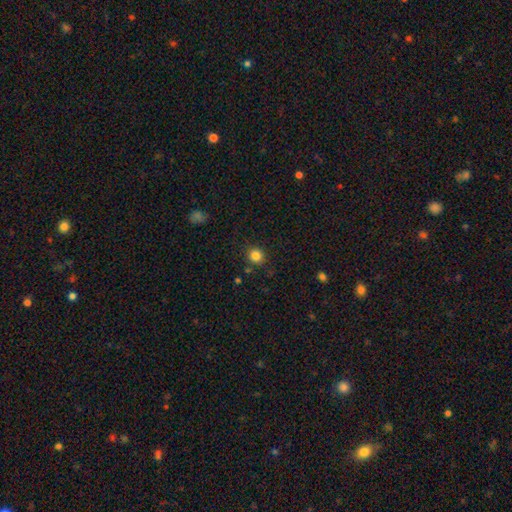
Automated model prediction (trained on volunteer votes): Q: Smooth or featured?
A: smooth (84%); runner-up: star or artifact (12%)
Q: How rounded?
A: round (85%); runner-up: in between (14%)
Q: Merging?
A: none (86%); runner-up: minor disturbance (8%)